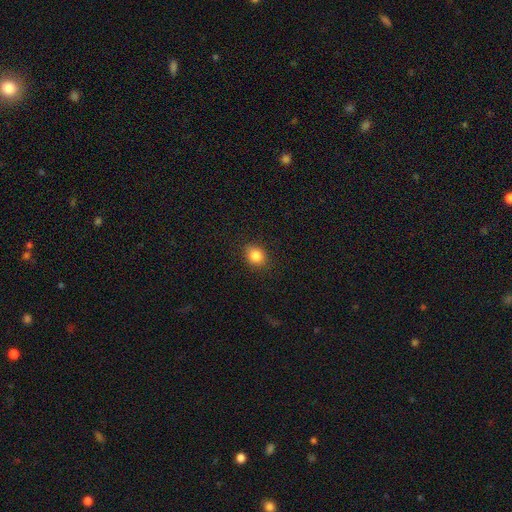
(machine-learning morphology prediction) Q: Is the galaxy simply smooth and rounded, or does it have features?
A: smooth — 84%.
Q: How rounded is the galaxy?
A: round — 58%.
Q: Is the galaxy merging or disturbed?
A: none — 88%.